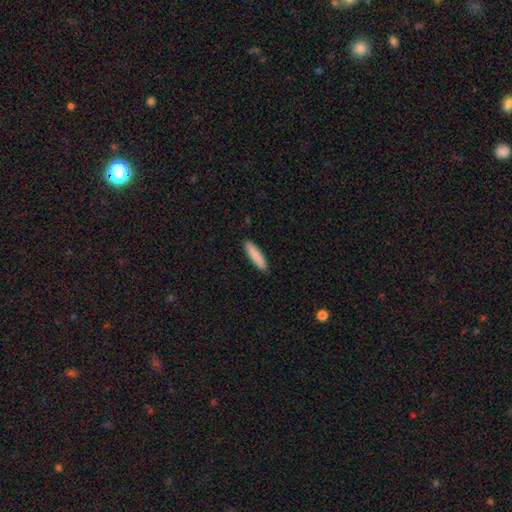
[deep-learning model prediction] smooth 86%, featured or disk 8%, star or artifact 6%. Down the decision tree: how rounded — cigar-shaped (80%); merging — none (90%).